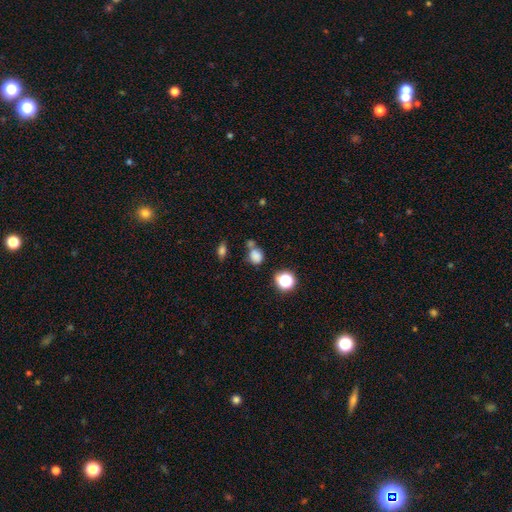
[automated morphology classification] The model was most divided on "how rounded": round: 60%, in between: 38%, cigar-shaped: 2%. More confident: smooth or featured — smooth (78%); merging — none (54%).